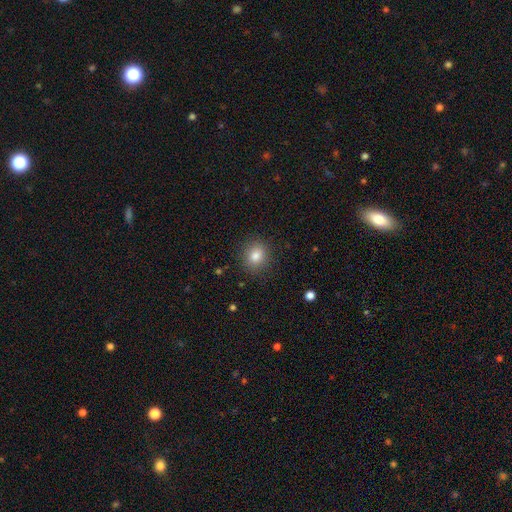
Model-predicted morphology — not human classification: Smooth or featured? smooth (82%)
How rounded? round (70%)
Merging? none (87%)